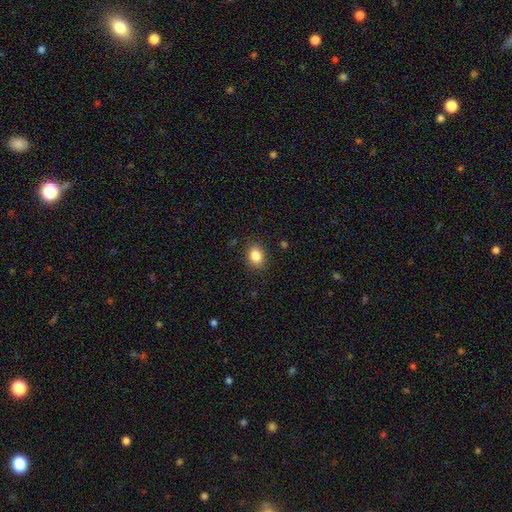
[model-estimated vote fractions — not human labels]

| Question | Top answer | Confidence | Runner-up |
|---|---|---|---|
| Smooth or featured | smooth | 85% | star or artifact (9%) |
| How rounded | in between | 56% | round (43%) |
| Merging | none | 87% | minor disturbance (9%) |